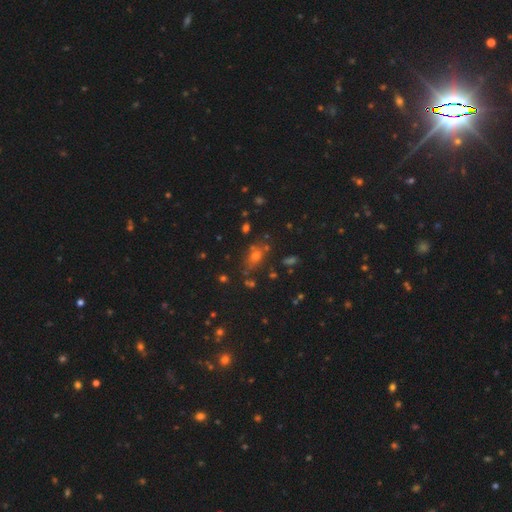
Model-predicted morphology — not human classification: Q: Smooth or featured?
A: smooth (55%); runner-up: star or artifact (30%)
Q: How rounded?
A: in between (60%); runner-up: round (34%)
Q: Merging?
A: none (69%); runner-up: minor disturbance (15%)